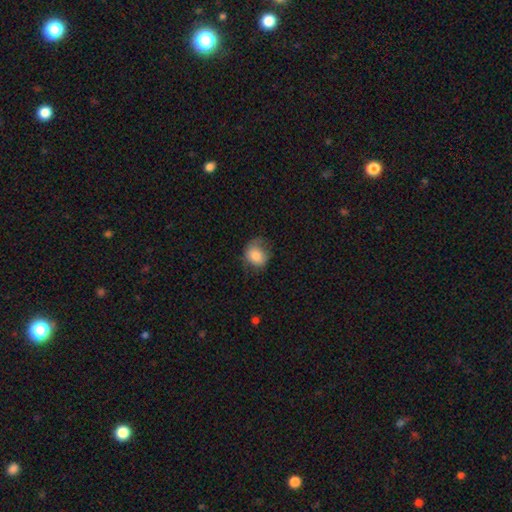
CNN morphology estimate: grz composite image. It shows a smooth galaxy with no disk features (76%) that is round (62%). Merging: none (51%).